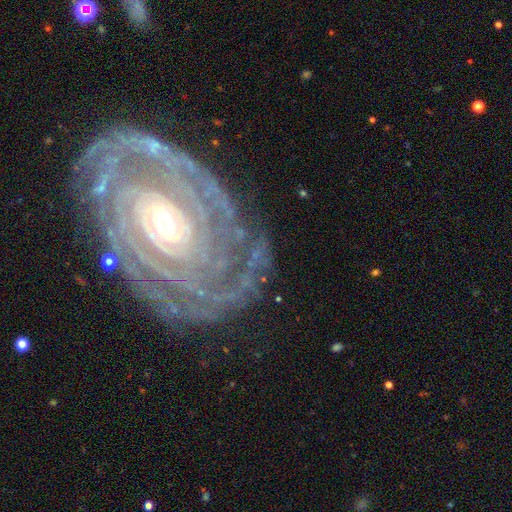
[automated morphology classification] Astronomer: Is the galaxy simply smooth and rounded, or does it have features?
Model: featured or disk — 88%.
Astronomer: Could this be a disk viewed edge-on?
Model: no — 96%.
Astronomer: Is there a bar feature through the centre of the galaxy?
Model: no — 39% (runner-up: weak, 35%).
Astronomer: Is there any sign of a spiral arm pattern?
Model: yes — 95%.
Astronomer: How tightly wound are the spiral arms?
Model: tight — 82%.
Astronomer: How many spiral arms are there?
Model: can't tell — 31% (runner-up: more than 4, 16%).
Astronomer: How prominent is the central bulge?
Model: moderate — 60%.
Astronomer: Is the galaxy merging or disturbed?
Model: none — 73%.